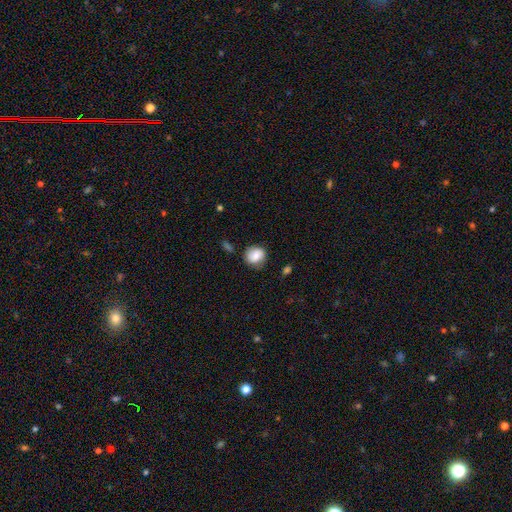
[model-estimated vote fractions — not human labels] Smooth or featured? Predicted: smooth (p=0.80). How rounded? Predicted: round (p=0.76). Merging? Predicted: none (p=0.70).